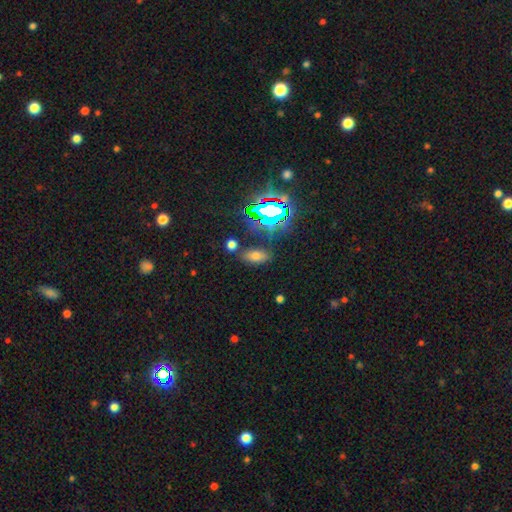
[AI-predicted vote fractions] This appears to be a smooth galaxy with no disk features (59%) that is in between round and cigar-shaped (85%). Merging: none (79%).